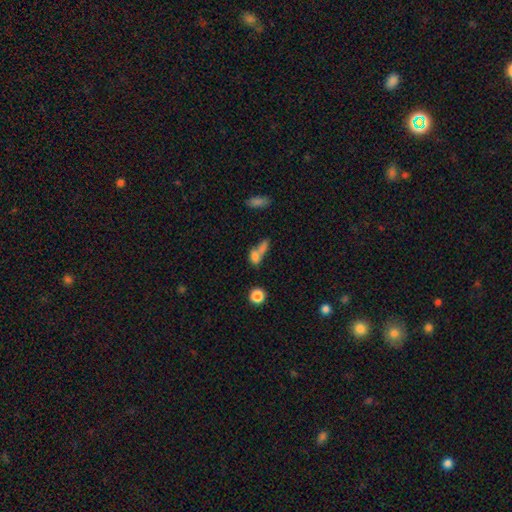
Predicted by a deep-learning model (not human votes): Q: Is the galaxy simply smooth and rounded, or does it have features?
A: smooth — 72%.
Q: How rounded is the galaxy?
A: in between — 61%.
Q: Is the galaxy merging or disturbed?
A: merger — 55%.